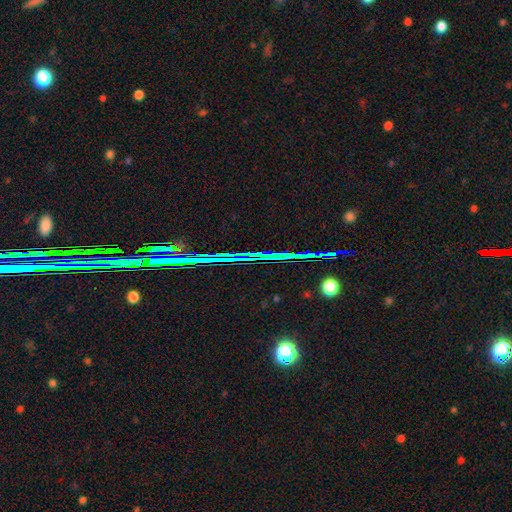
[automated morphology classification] Smooth or featured? star or artifact (75%)